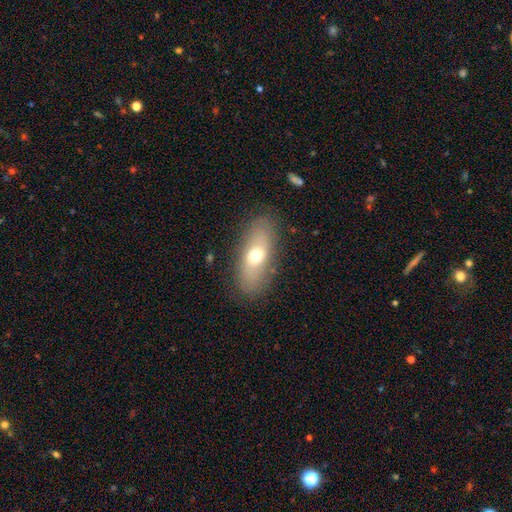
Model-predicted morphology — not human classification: A smooth galaxy with no disk features (62%) that is in between round and cigar-shaped (74%).

Vote fractions:
- Smooth or featured? smooth: 62% / featured or disk: 30% / star or artifact: 9%
- How rounded? in between: 74% / cigar-shaped: 21% / round: 5%
- Merging? none: 82% / minor disturbance: 12% / major disturbance: 4% / merger: 1%